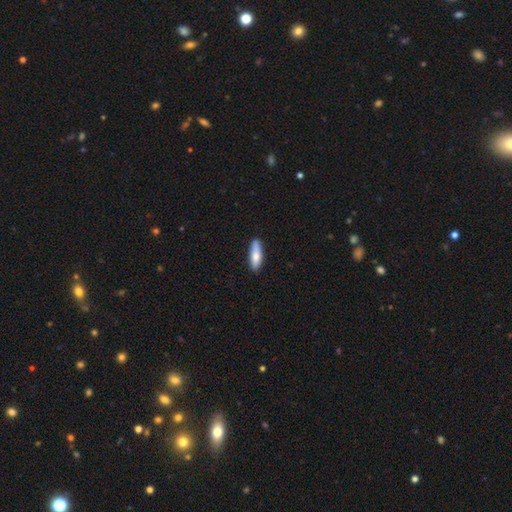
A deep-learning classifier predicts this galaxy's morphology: Q: Smooth or featured?
A: smooth (75%); runner-up: featured or disk (19%)
Q: How rounded?
A: cigar-shaped (56%); runner-up: in between (42%)
Q: Merging?
A: none (83%); runner-up: minor disturbance (13%)